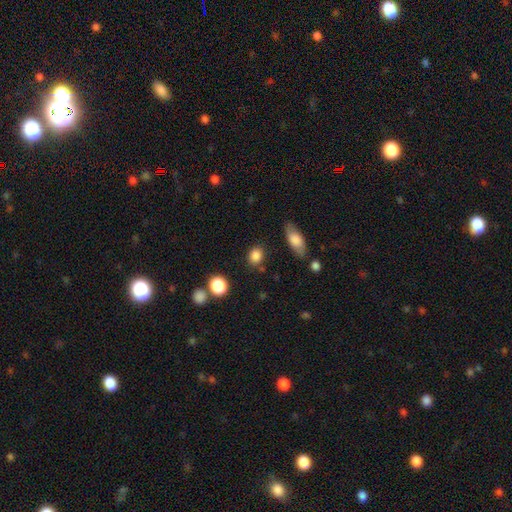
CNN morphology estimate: Overall: smooth (85%). How rounded: round (54%; in between 44%). Merging: none (78%).